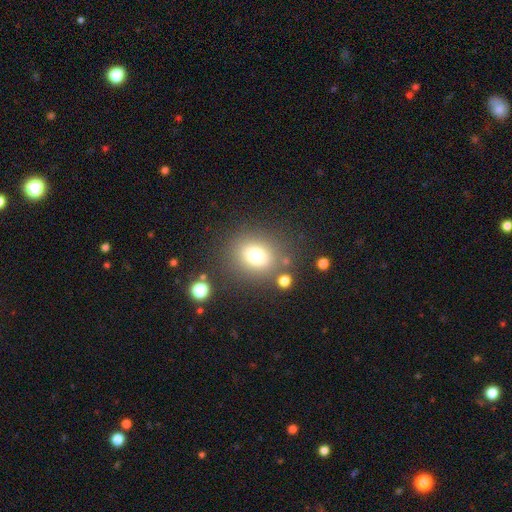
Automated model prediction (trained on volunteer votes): smooth 76%, star or artifact 14%, featured or disk 10%. Down the decision tree: how rounded — round (64%); merging — none (78%).